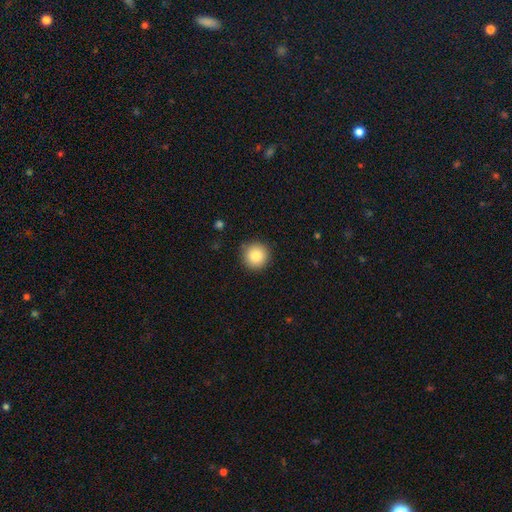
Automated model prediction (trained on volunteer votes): A smooth galaxy with no disk features (85%) that is round (95%).

Vote fractions:
- Smooth or featured? smooth: 85% / star or artifact: 9% / featured or disk: 6%
- How rounded? round: 95% / in between: 4% / cigar-shaped: 1%
- Merging? none: 90% / minor disturbance: 7% / major disturbance: 2% / merger: 1%